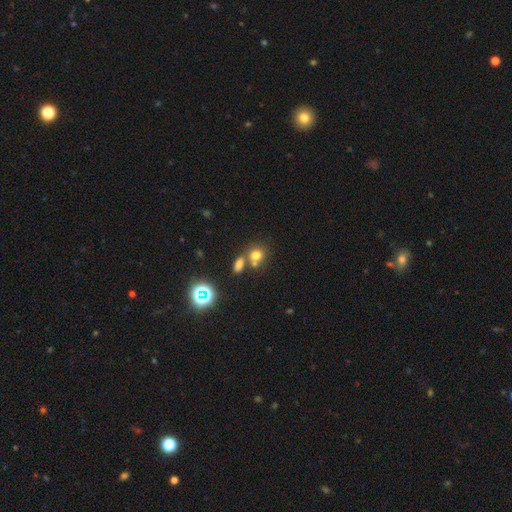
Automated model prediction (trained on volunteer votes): smooth-or-featured: smooth: 71% | star or artifact: 19% | featured or disk: 10%
  how-rounded: round: 73% | in between: 26% | cigar-shaped: 1%
  merging: none: 48% | merger: 39% | minor disturbance: 9% | major disturbance: 4%